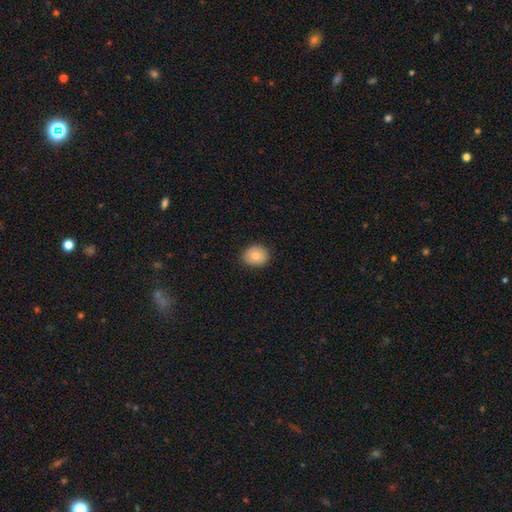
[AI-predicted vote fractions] A smooth galaxy with no disk features (83%) that is round (62%).

Vote fractions:
- Smooth or featured? smooth: 83% / featured or disk: 9% / star or artifact: 8%
- How rounded? round: 62% / in between: 37% / cigar-shaped: 1%
- Merging? none: 87% / minor disturbance: 10% / major disturbance: 2% / merger: 1%